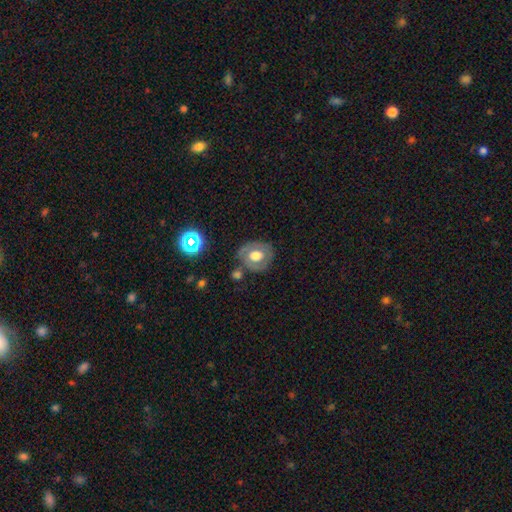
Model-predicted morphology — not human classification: This is possibly a smooth galaxy (47%). Merging: likely none (70%).